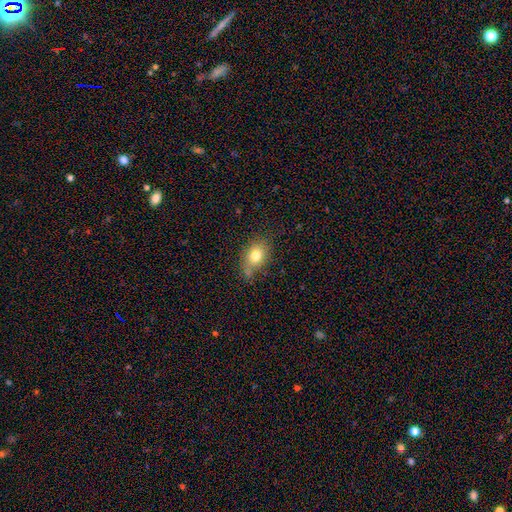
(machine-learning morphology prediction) type=smooth (77%); roundness=in between (68%); merging=none (65%).